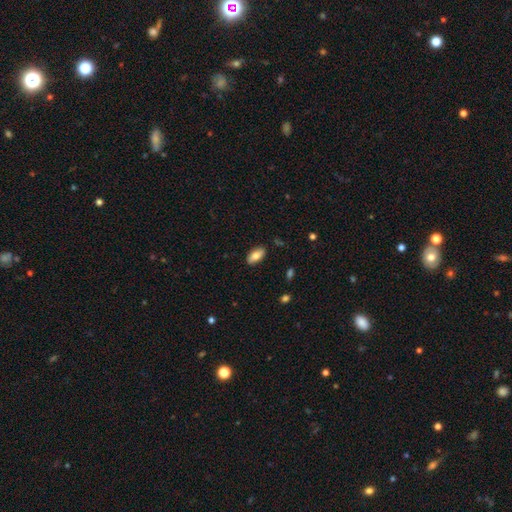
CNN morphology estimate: The model was most divided on "smooth or featured": smooth: 78%, featured or disk: 16%, star or artifact: 7%. More confident: how rounded — in between (89%); merging — none (87%).